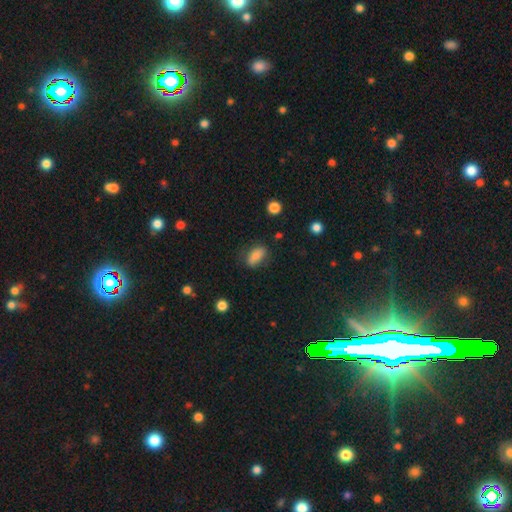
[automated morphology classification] Smooth or featured? Predicted: smooth (p=0.81). How rounded? Predicted: in between (p=0.85). Merging? Predicted: none (p=0.72).